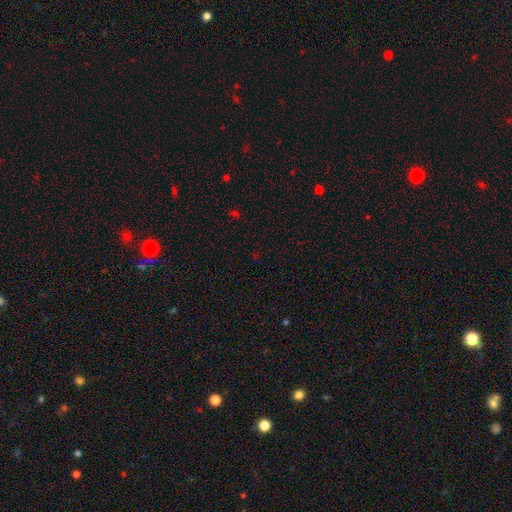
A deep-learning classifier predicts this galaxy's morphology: The model was most divided on "smooth or featured": star or artifact: 67%, smooth: 26%, featured or disk: 7%.